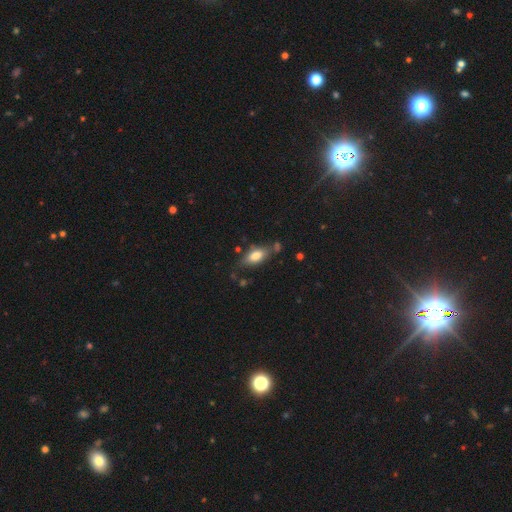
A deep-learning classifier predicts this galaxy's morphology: Smooth or featured? smooth (76%)
How rounded? in between (85%)
Merging? none (65%)